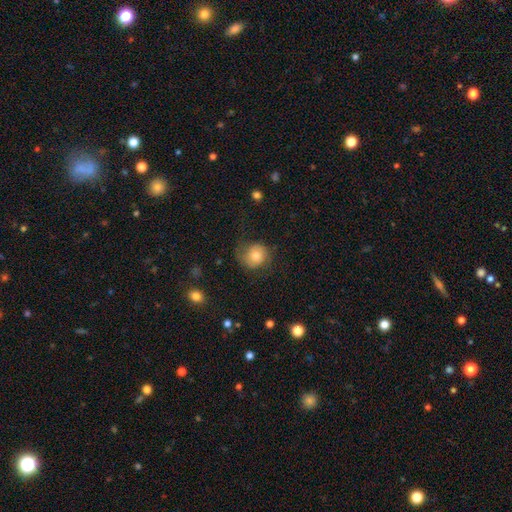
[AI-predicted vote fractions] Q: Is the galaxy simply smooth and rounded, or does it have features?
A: smooth — 56%.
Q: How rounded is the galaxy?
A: round — 81%.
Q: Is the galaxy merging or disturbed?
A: none — 60%.